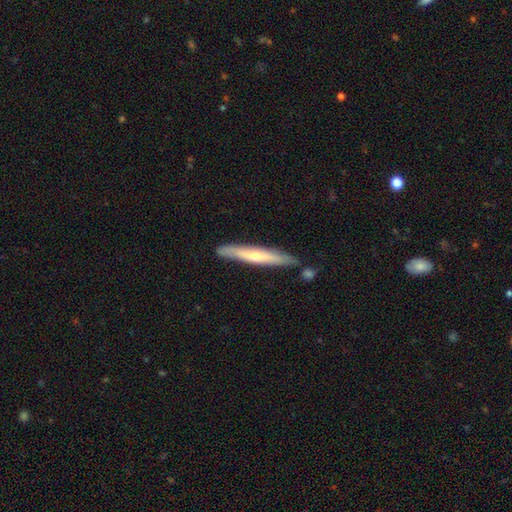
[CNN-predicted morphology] type=featured or disk (53%); edge-on=yes (90%); merging=none (80%).